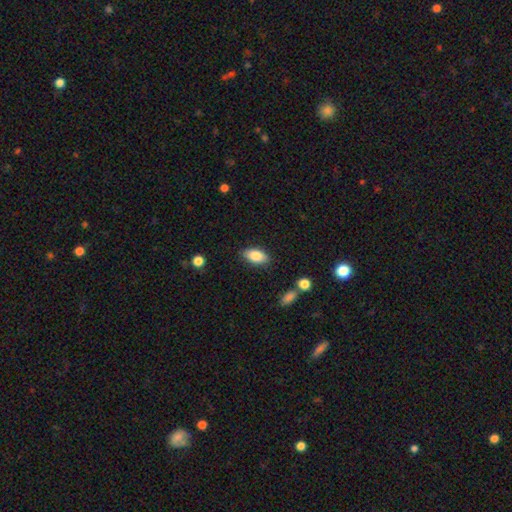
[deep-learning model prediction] A smooth galaxy with no disk features (84%) that is in between round and cigar-shaped (91%).

Vote fractions:
- Smooth or featured? smooth: 84% / featured or disk: 9% / star or artifact: 7%
- How rounded? in between: 91% / round: 5% / cigar-shaped: 5%
- Merging? none: 84% / minor disturbance: 12% / major disturbance: 3% / merger: 2%